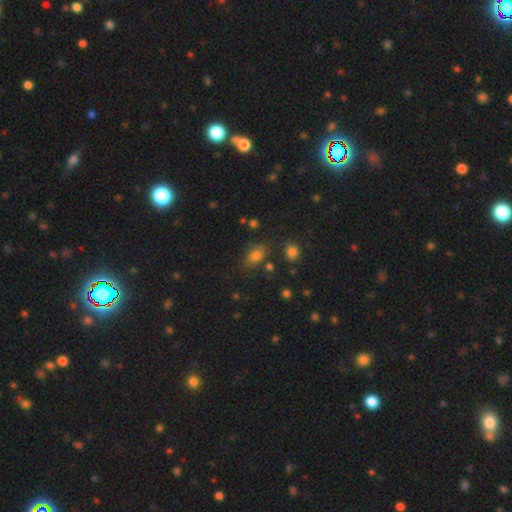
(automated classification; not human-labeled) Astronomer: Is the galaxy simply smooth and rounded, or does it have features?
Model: smooth — 75%.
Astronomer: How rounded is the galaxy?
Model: in between — 81%.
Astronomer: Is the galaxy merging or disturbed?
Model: none — 74%.